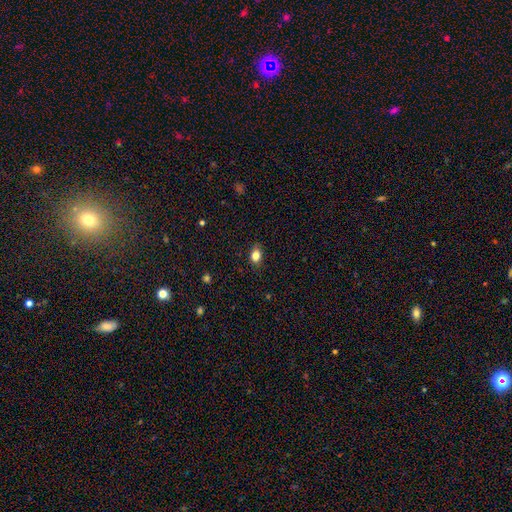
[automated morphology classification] A smooth galaxy with no disk features (82%) that is in between round and cigar-shaped (72%).

Vote fractions:
- Smooth or featured? smooth: 82% / star or artifact: 11% / featured or disk: 7%
- How rounded? in between: 72% / round: 26% / cigar-shaped: 2%
- Merging? none: 82% / minor disturbance: 14% / major disturbance: 3% / merger: 1%